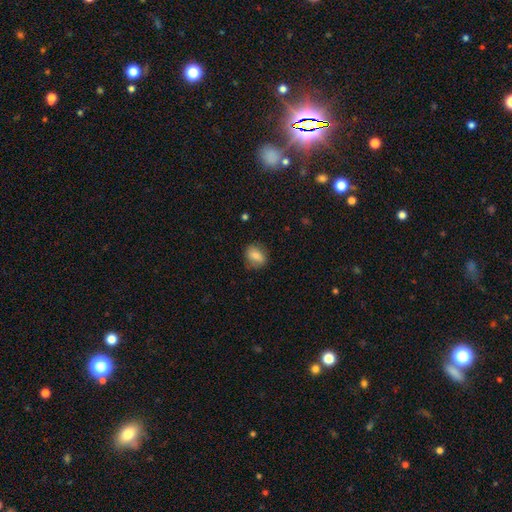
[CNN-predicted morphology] smooth_or_featured: smooth (p=0.78) [alt: featured or disk p=0.13]
how_rounded: in between (p=0.57) [alt: round p=0.41]
merging: none (p=0.76) [alt: minor disturbance p=0.17]